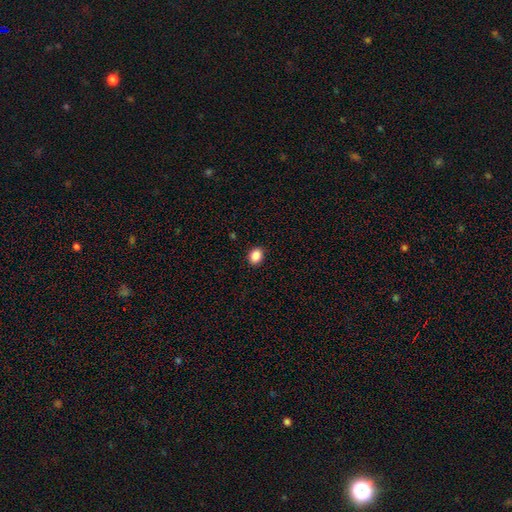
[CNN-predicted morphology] smooth-or-featured: smooth: 89% | star or artifact: 9% | featured or disk: 3%
  how-rounded: in between: 64% | round: 35% | cigar-shaped: 1%
  merging: none: 90% | minor disturbance: 7% | major disturbance: 2% | merger: 1%